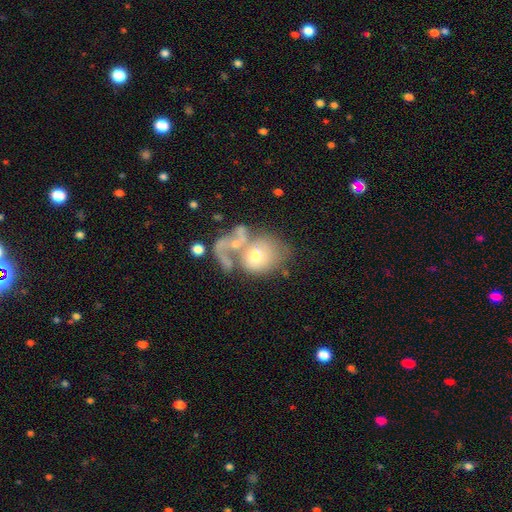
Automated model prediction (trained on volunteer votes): Morphology: type=smooth (48%); merging=merger (54%).